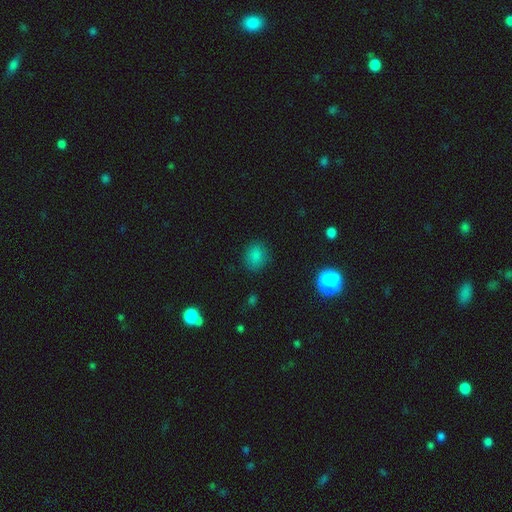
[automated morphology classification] Smooth or featured: smooth — 81% (star or artifact — 14%)
How rounded: round — 67% (in between — 31%)
Merging: none — 84% (minor disturbance — 11%)